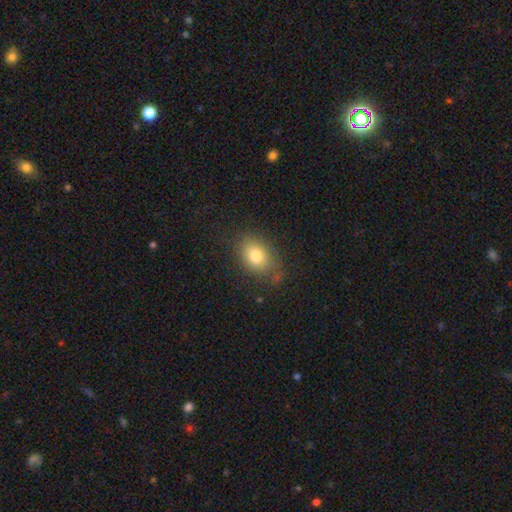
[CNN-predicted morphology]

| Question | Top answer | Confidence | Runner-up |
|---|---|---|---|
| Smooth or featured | smooth | 78% | featured or disk (11%) |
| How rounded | in between | 71% | round (28%) |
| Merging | none | 73% | minor disturbance (19%) |